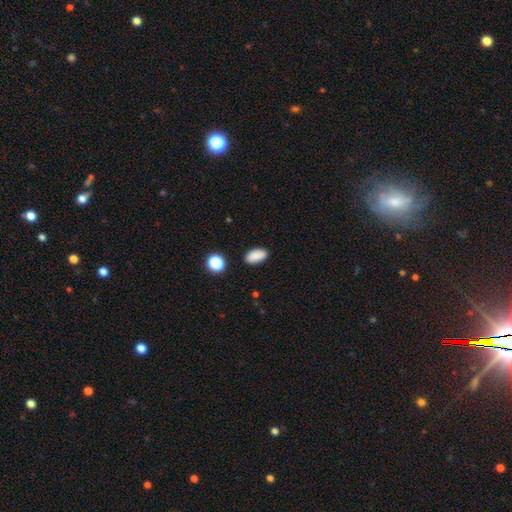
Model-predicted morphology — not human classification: This appears to be a smooth galaxy with no disk features (86%) that is in between round and cigar-shaped (92%). Merging: none (84%).